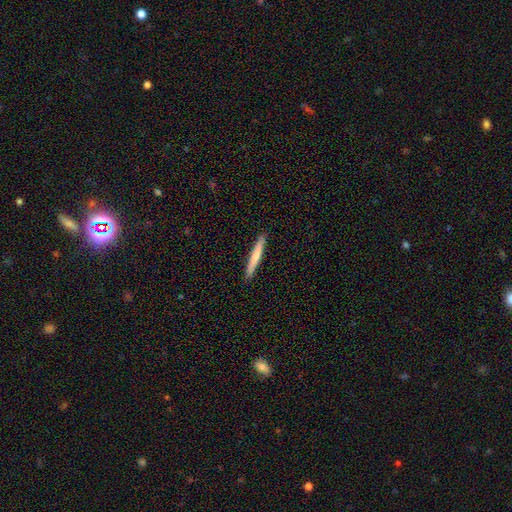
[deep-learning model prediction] Q: Smooth or featured?
A: smooth (62%); runner-up: featured or disk (33%)
Q: How rounded?
A: cigar-shaped (96%); runner-up: in between (3%)
Q: Merging?
A: none (92%); runner-up: minor disturbance (6%)